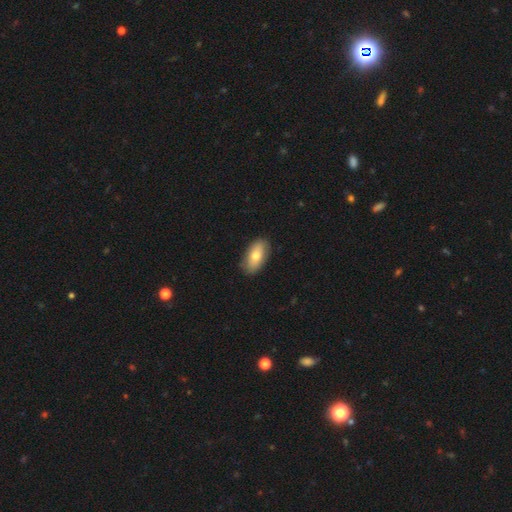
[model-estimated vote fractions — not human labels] Overall: smooth (74%). How rounded: in between (92%). Merging: none (86%).